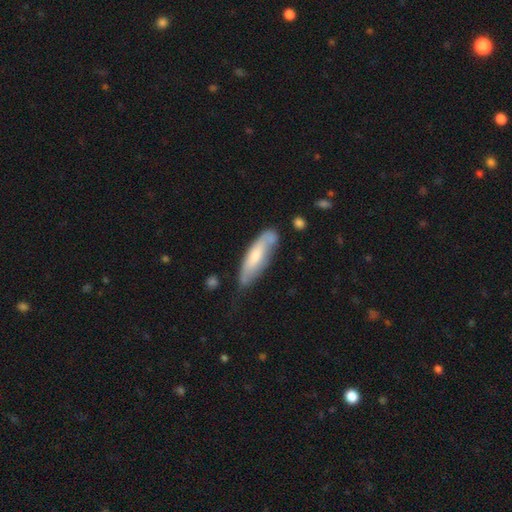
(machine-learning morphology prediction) Smooth or featured? Predicted: smooth (p=0.58). How rounded? Predicted: cigar-shaped (p=0.56). Merging? Predicted: none (p=0.55).